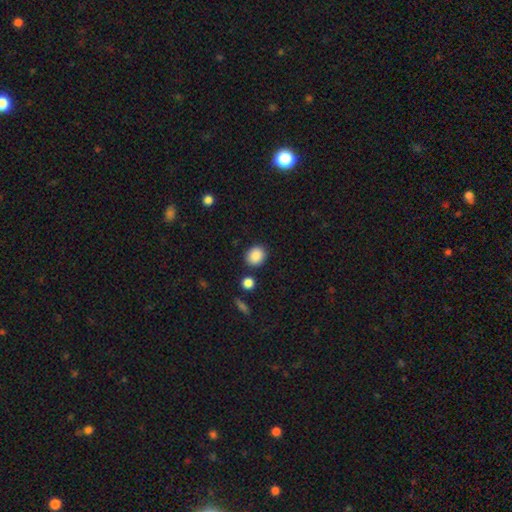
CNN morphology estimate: Smooth or featured?
  - smooth: 88% *
  - star or artifact: 8%
  - featured or disk: 3%
How rounded?
  - round: 68% *
  - in between: 31%
  - cigar-shaped: 1%
Merging?
  - none: 84% *
  - minor disturbance: 9%
  - merger: 5%
  - major disturbance: 3%